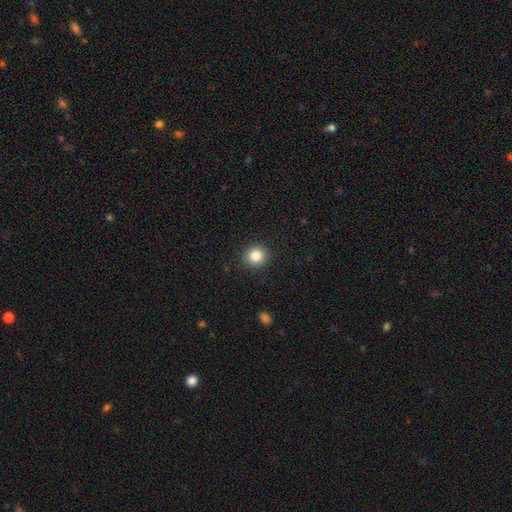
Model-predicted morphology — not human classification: Smooth or featured? Predicted: smooth (p=0.84). How rounded? Predicted: round (p=0.92). Merging? Predicted: none (p=0.91).